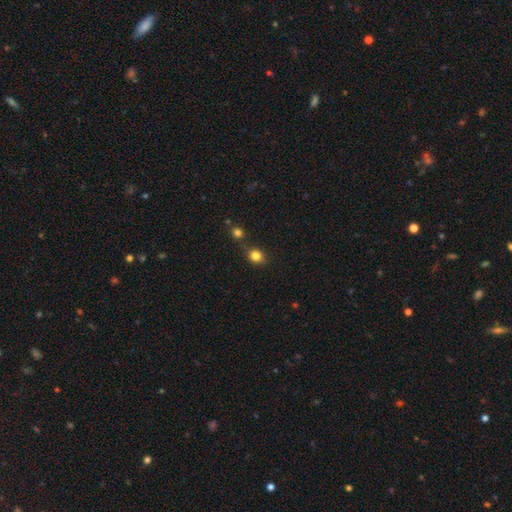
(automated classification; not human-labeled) smooth-or-featured: smooth: 82% | star or artifact: 12% | featured or disk: 5%
  how-rounded: round: 76% | in between: 23% | cigar-shaped: 1%
  merging: none: 74% | minor disturbance: 11% | merger: 11% | major disturbance: 3%